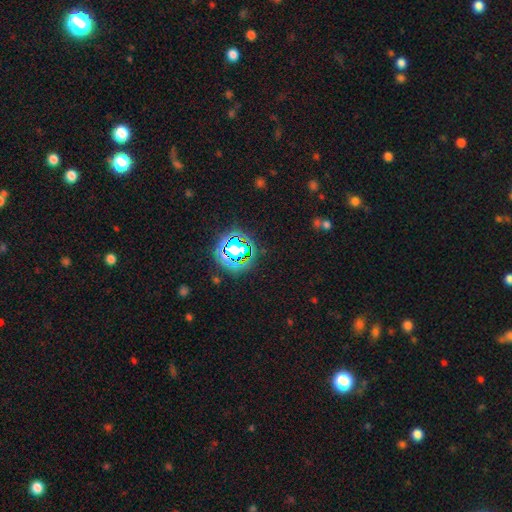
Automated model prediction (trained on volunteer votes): This is likely a star or artifact rather than a galaxy (78%).